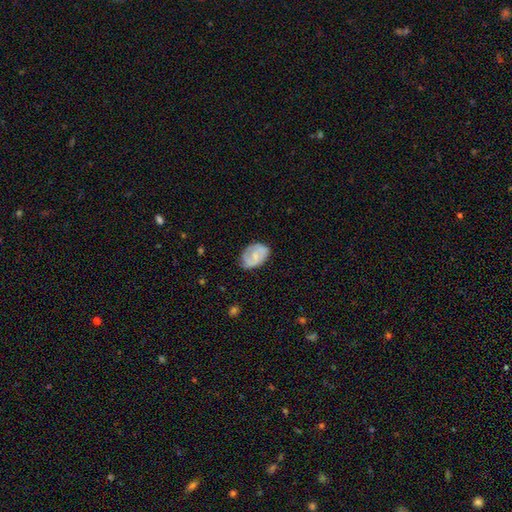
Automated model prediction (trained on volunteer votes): smooth_or_featured: featured or disk (p=0.48) [alt: smooth p=0.45]
merging: none (p=0.69) [alt: minor disturbance p=0.23]